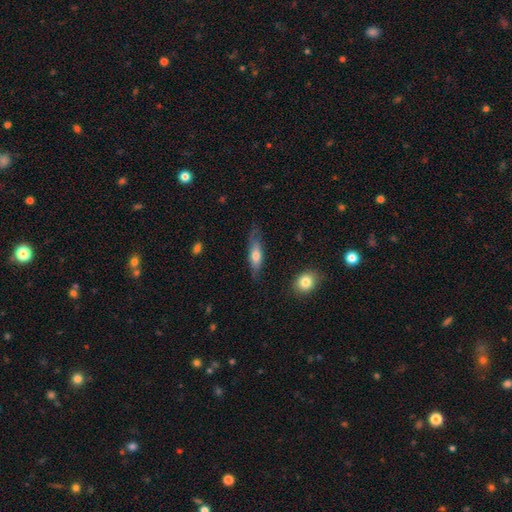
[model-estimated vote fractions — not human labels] Smooth or featured?
  - smooth: 65% *
  - featured or disk: 29%
  - star or artifact: 6%
How rounded?
  - cigar-shaped: 56% *
  - in between: 41%
  - round: 3%
Merging?
  - none: 69% *
  - minor disturbance: 22%
  - major disturbance: 6%
  - merger: 2%